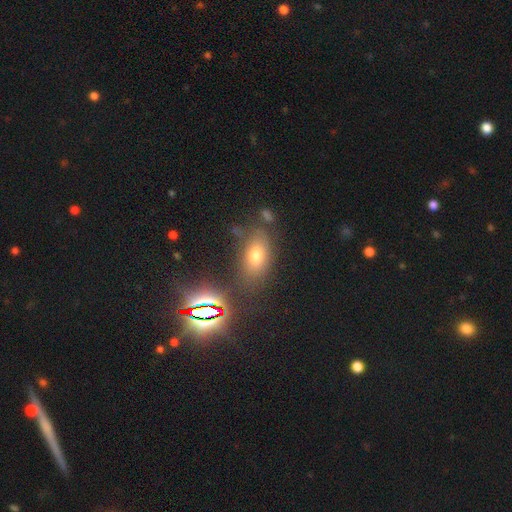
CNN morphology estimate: Smooth or featured?
  - smooth: 60% *
  - star or artifact: 25%
  - featured or disk: 16%
How rounded?
  - in between: 82% *
  - round: 13%
  - cigar-shaped: 5%
Merging?
  - none: 74% *
  - minor disturbance: 14%
  - merger: 7%
  - major disturbance: 6%